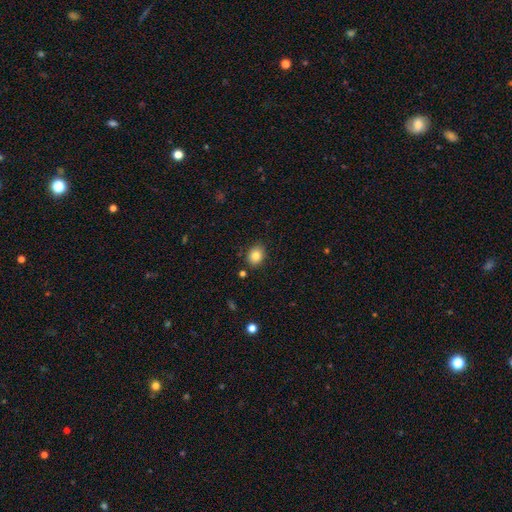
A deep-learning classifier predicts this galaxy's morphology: Overall: smooth (83%). How rounded: in between (52%; round 47%). Merging: none (84%).